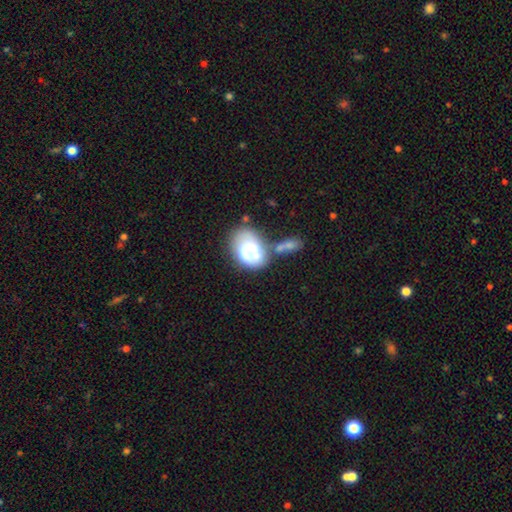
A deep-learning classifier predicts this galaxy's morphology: This is possibly a smooth galaxy (54%). How rounded: likely in between (71%). Merging: marginally merger (34%).